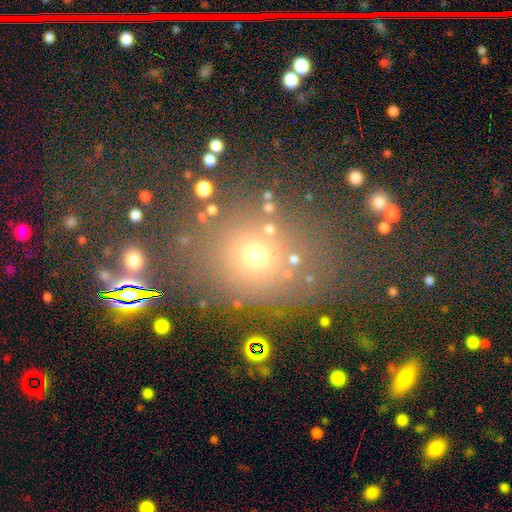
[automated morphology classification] type=smooth (59%); roundness=round (64%); merging=none (72%).